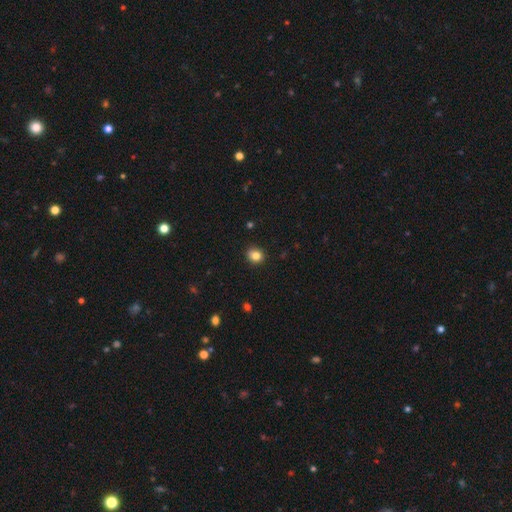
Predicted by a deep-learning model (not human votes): smooth_or_featured: smooth (p=0.83) [alt: star or artifact p=0.11]
how_rounded: round (p=0.74) [alt: in between p=0.25]
merging: none (p=0.87) [alt: minor disturbance p=0.10]